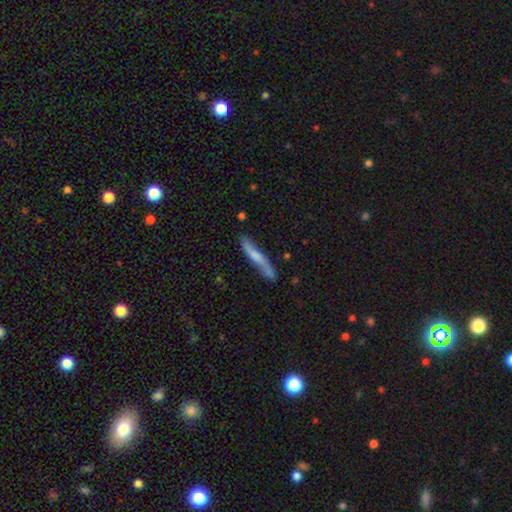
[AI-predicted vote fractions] A featured or disk galaxy (50%).

Vote fractions:
- Smooth or featured? featured or disk: 50% / smooth: 45% / star or artifact: 6%
- Merging? none: 74% / minor disturbance: 19% / major disturbance: 4% / merger: 3%